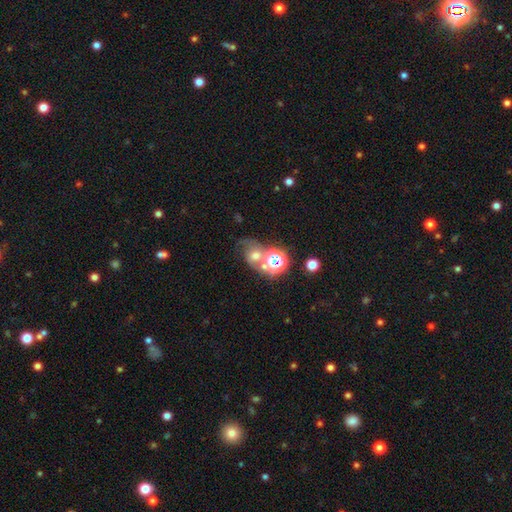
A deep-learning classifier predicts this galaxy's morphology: Overall: smooth (46%; star or artifact 28%). Merging: merger (36%; none 34%).